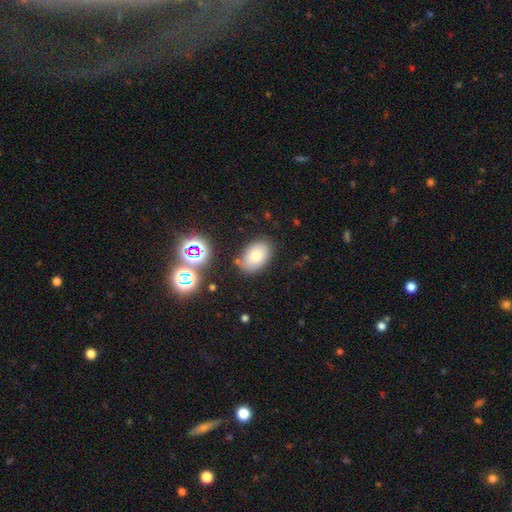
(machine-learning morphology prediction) This appears to be a smooth galaxy with no disk features (72%) that is in between round and cigar-shaped (84%). Merging: none (78%).